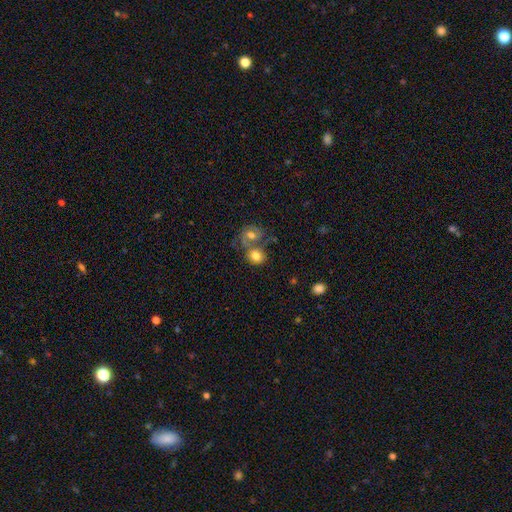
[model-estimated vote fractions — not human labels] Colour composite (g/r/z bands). It shows a smooth galaxy with no disk features (73%) that is round (66%). Merging: merger (47%).